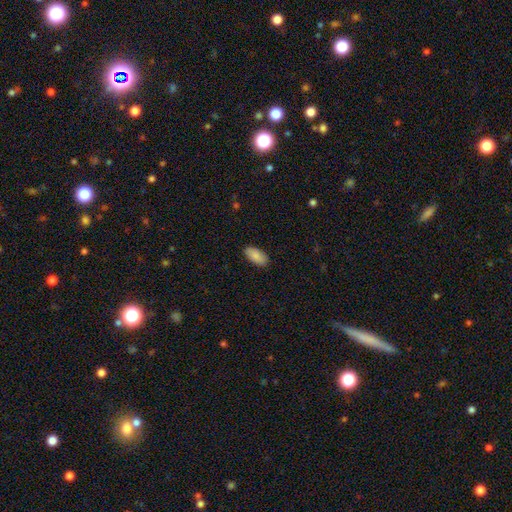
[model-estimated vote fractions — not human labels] Smooth or featured? Predicted: smooth (p=0.89). How rounded? Predicted: in between (p=0.92). Merging? Predicted: none (p=0.89).